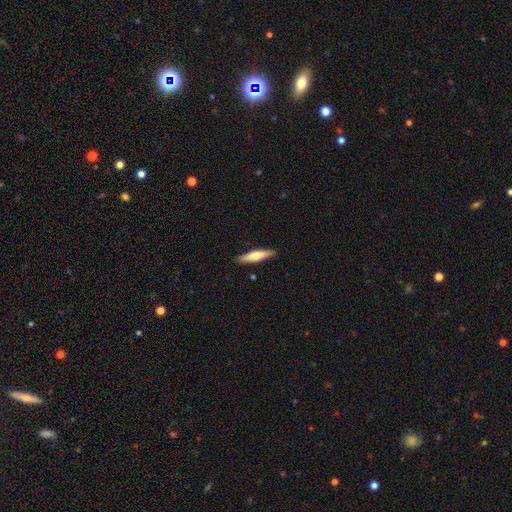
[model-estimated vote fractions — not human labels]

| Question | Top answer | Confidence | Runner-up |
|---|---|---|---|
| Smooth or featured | smooth | 60% | featured or disk (34%) |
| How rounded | cigar-shaped | 84% | in between (14%) |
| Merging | none | 90% | minor disturbance (8%) |